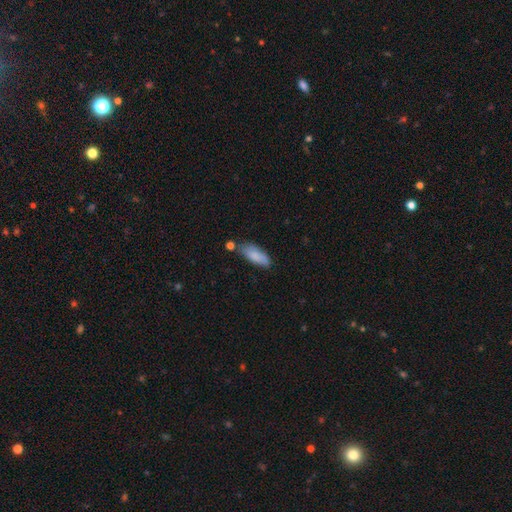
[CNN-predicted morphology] Smooth or featured?
  - smooth: 83% *
  - featured or disk: 10%
  - star or artifact: 7%
How rounded?
  - in between: 70% *
  - cigar-shaped: 28%
  - round: 2%
Merging?
  - none: 59% *
  - minor disturbance: 26%
  - merger: 9%
  - major disturbance: 6%